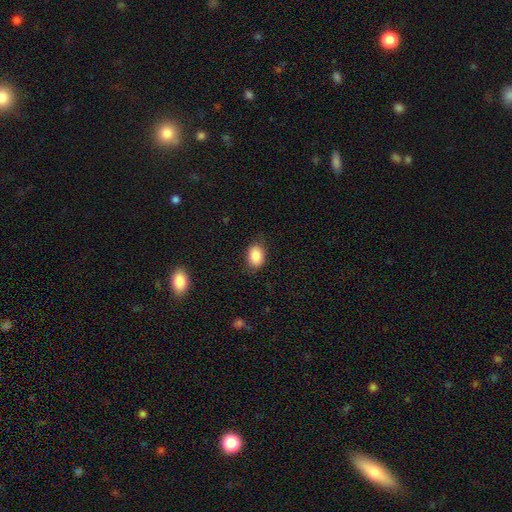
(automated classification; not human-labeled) A smooth galaxy with no disk features (86%) that is in between round and cigar-shaped (77%). Merging: none (80%).